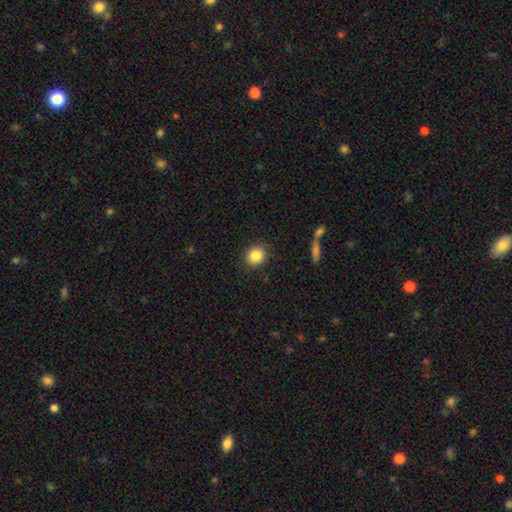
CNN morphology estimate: smooth-or-featured: smooth: 86% | star or artifact: 9% | featured or disk: 5%
  how-rounded: round: 79% | in between: 20% | cigar-shaped: 1%
  merging: none: 89% | minor disturbance: 7% | major disturbance: 2% | merger: 1%